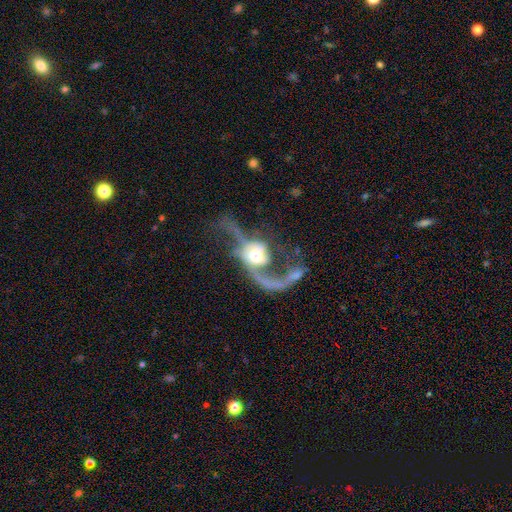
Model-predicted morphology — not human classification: This appears to be a featured or disk galaxy (73%) with no bar (73%), spiral arms (72%) and a moderate central bulge (57%). Merging: major disturbance (57%).